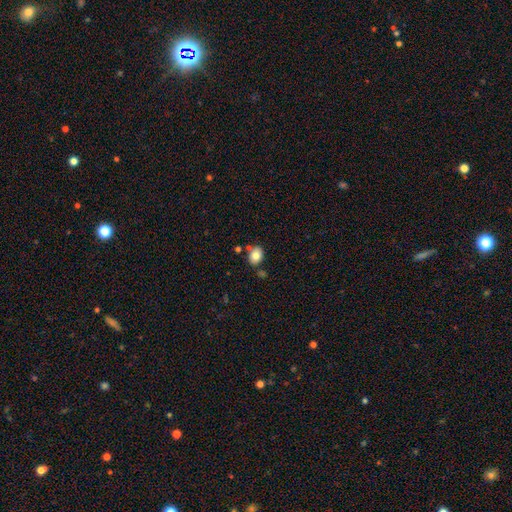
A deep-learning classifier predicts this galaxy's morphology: type=smooth (79%); roundness=in between (65%); merging=none (74%).